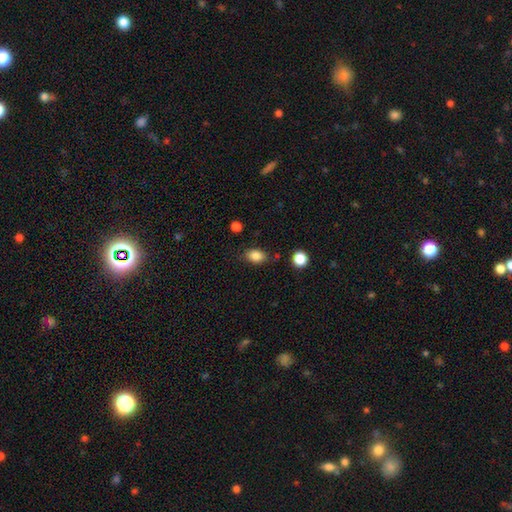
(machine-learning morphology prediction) type=smooth (85%); roundness=in between (80%); merging=none (79%).